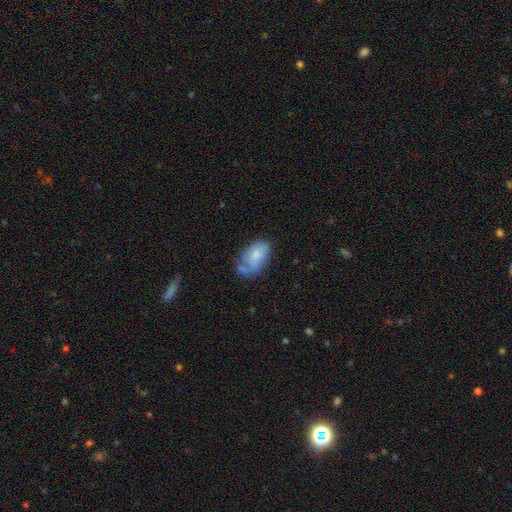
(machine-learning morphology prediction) The model was most divided on "merging": none: 40%, minor disturbance: 31%, merger: 15%, major disturbance: 14%. More confident: how rounded — in between (92%); smooth or featured — smooth (65%).